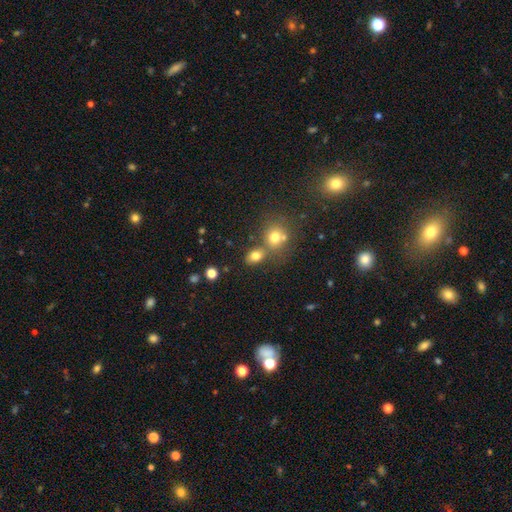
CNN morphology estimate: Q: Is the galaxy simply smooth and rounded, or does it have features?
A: smooth — 76%.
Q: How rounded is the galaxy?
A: in between — 64%.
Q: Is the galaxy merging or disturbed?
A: none — 58%.